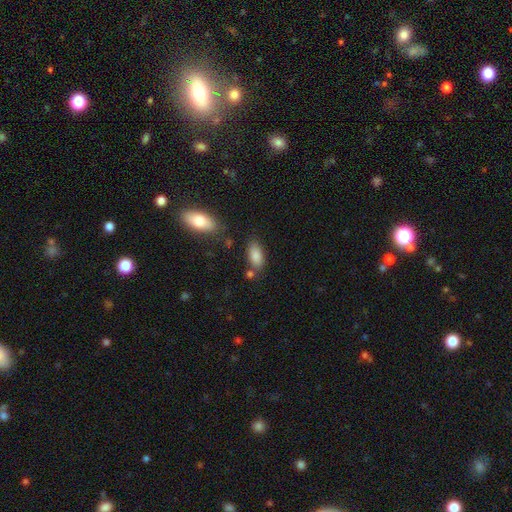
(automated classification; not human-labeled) Overall: smooth (86%). How rounded: in between (89%). Merging: none (70%).